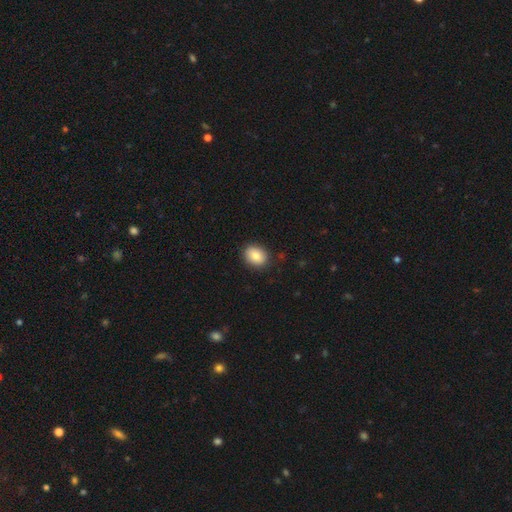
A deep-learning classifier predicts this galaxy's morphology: This is clearly a smooth galaxy (84%). How rounded: possibly in between (54%). Merging: clearly none (88%).